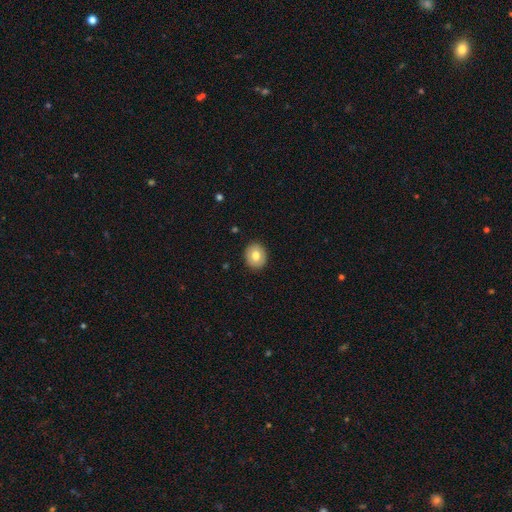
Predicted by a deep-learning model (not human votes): smooth 74%, featured or disk 18%, star or artifact 8%. Down the decision tree: how rounded — round (70%); merging — none (90%).